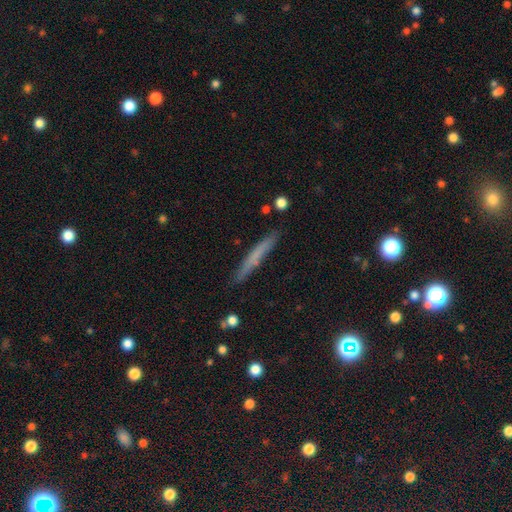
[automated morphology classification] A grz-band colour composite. It shows a smooth galaxy with no disk features (60%) that is cigar-shaped (96%). Merging: none (87%).